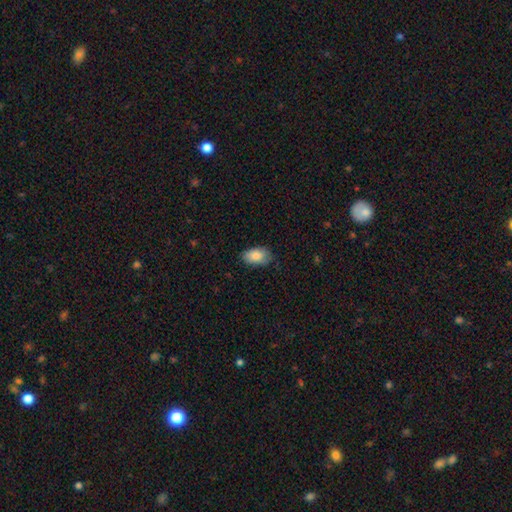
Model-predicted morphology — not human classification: A smooth galaxy with no disk features (85%) that is in between round and cigar-shaped (92%).

Vote fractions:
- Smooth or featured? smooth: 85% / featured or disk: 8% / star or artifact: 6%
- How rounded? in between: 92% / round: 6% / cigar-shaped: 2%
- Merging? none: 75% / minor disturbance: 21% / major disturbance: 4% / merger: 1%